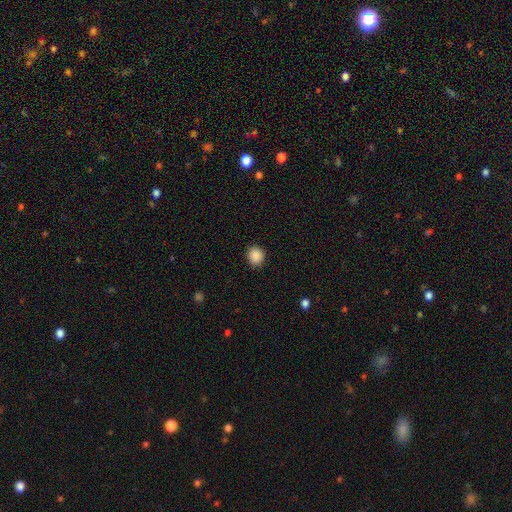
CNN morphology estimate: This appears to be a smooth galaxy with no disk features (88%) that is round (84%). Merging: none (90%).